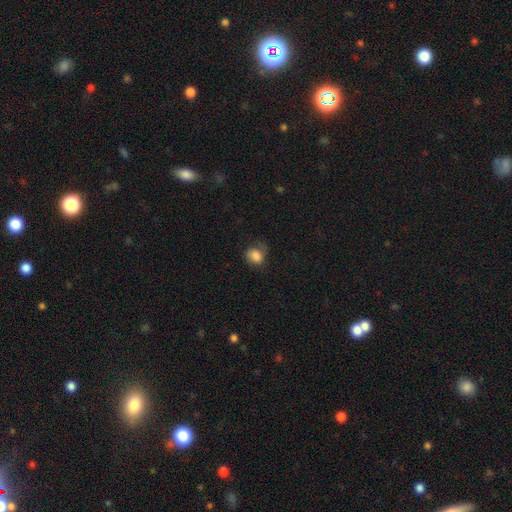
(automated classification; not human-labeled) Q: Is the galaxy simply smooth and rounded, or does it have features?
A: smooth — 78%.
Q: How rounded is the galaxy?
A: round — 56%.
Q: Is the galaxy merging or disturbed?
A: none — 48%.